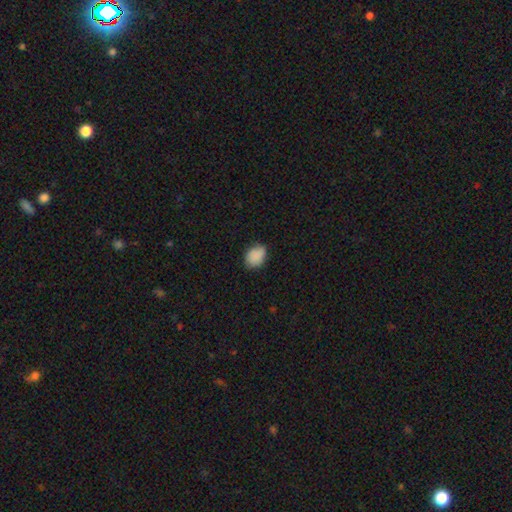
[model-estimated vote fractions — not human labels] smooth 87%, star or artifact 8%, featured or disk 5%. Down the decision tree: how rounded — in between (72%); merging — none (71%).